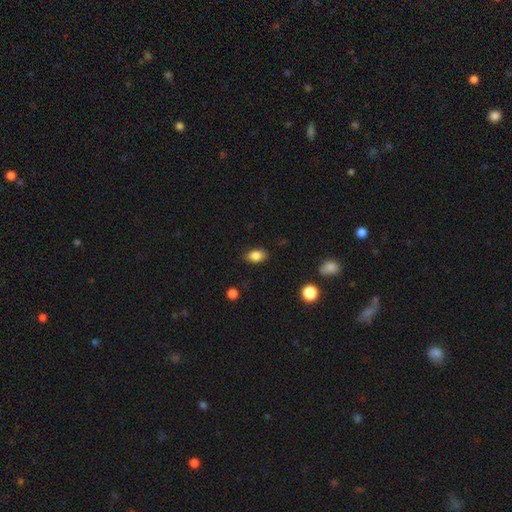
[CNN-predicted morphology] Smooth or featured? Predicted: smooth (p=0.84). How rounded? Predicted: in between (p=0.85). Merging? Predicted: none (p=0.84).